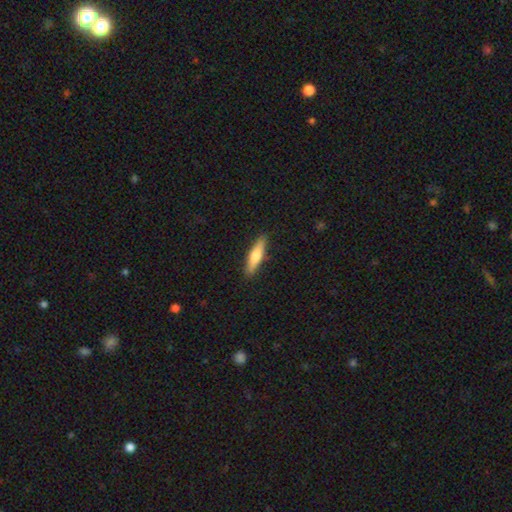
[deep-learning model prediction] Smooth or featured?
  - smooth: 63% *
  - featured or disk: 32%
  - star or artifact: 5%
How rounded?
  - cigar-shaped: 77% *
  - in between: 21%
  - round: 2%
Merging?
  - none: 89% *
  - minor disturbance: 8%
  - major disturbance: 2%
  - merger: 1%